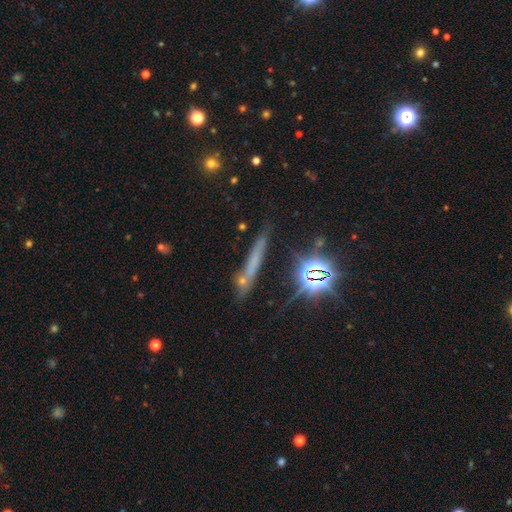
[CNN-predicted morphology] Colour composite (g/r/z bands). It shows a smooth galaxy with no disk features (45%). Merging: none (71%).